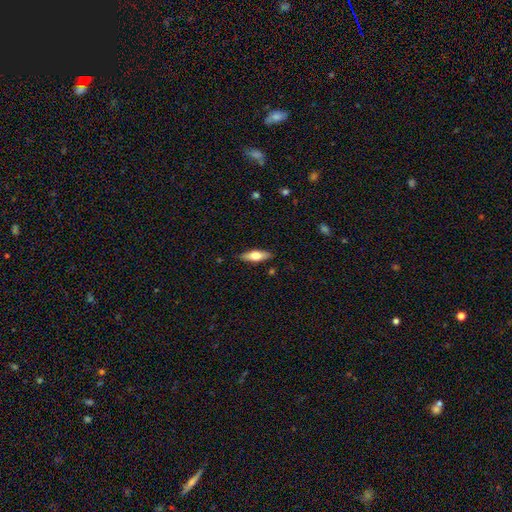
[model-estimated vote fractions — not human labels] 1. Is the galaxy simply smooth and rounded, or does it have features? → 53% smooth, 41% featured or disk, 6% star or artifact.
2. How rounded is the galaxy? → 49% in between, 48% cigar-shaped, 3% round.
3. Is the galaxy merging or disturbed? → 87% none, 10% minor disturbance, 2% major disturbance, 1% merger.